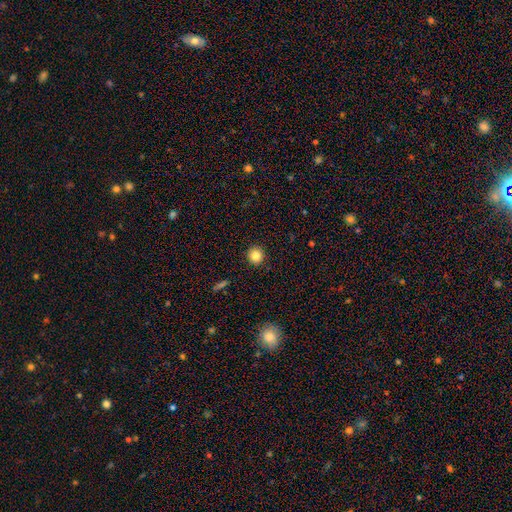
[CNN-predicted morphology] Q: Smooth or featured?
A: smooth (83%); runner-up: star or artifact (11%)
Q: How rounded?
A: round (91%); runner-up: in between (8%)
Q: Merging?
A: none (92%); runner-up: minor disturbance (5%)